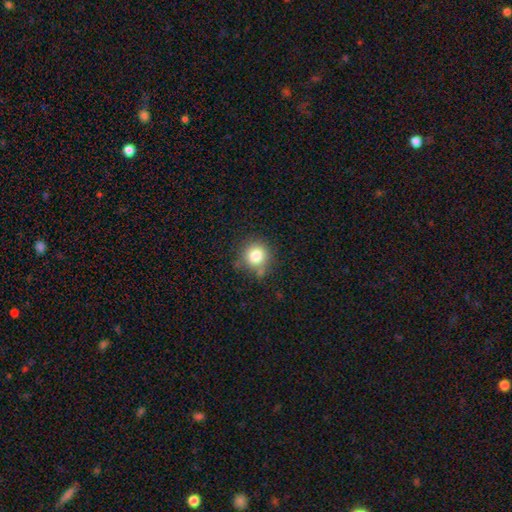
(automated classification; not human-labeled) A smooth galaxy with no disk features (81%) that is round (89%).

Vote fractions:
- Smooth or featured? smooth: 81% / star or artifact: 11% / featured or disk: 8%
- How rounded? round: 89% / in between: 10% / cigar-shaped: 1%
- Merging? none: 70% / minor disturbance: 18% / merger: 6% / major disturbance: 5%